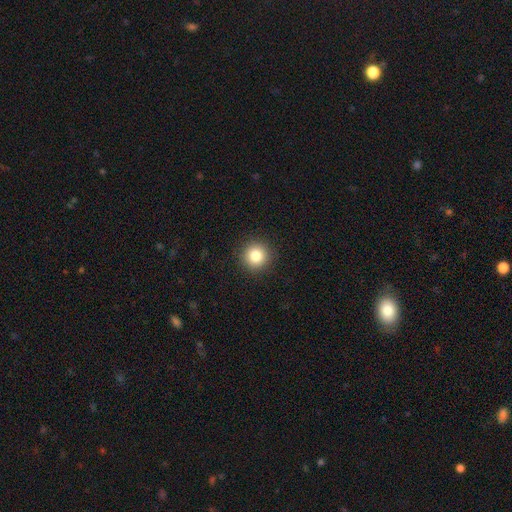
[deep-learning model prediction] This is clearly a smooth galaxy (83%). How rounded: clearly round (95%). Merging: clearly none (92%).